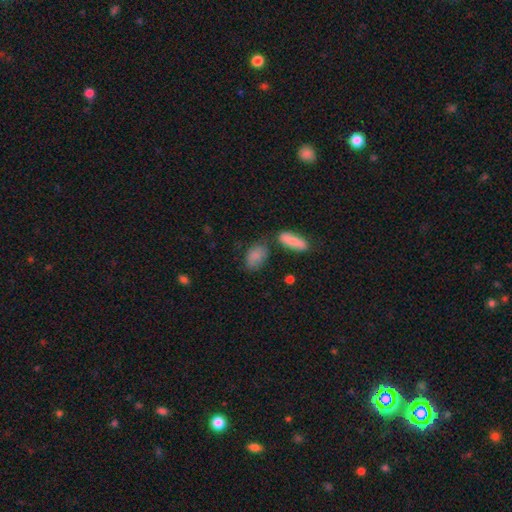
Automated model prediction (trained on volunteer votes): Smooth or featured? smooth (84%)
How rounded? in between (90%)
Merging? none (58%)